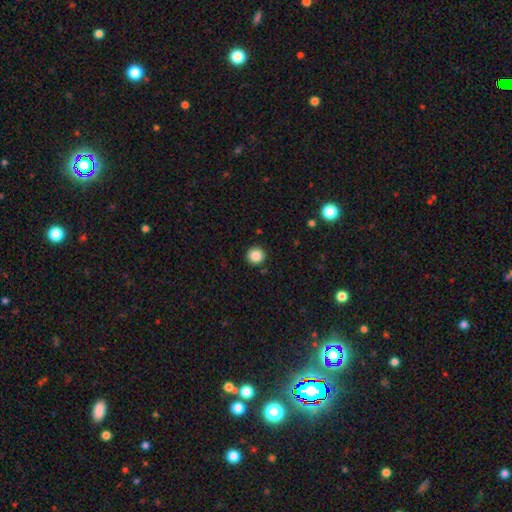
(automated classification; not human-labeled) smooth_or_featured: smooth (p=0.87) [alt: star or artifact p=0.10]
how_rounded: round (p=0.95) [alt: in between p=0.04]
merging: none (p=0.92) [alt: minor disturbance p=0.05]